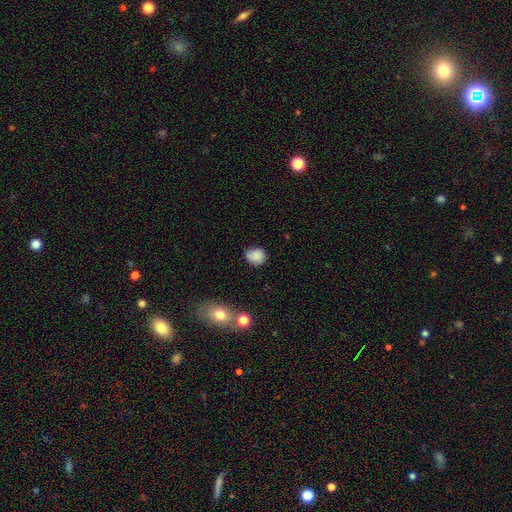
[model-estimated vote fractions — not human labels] Smooth or featured? Predicted: smooth (p=0.81). How rounded? Predicted: round (p=0.67). Merging? Predicted: none (p=0.58).